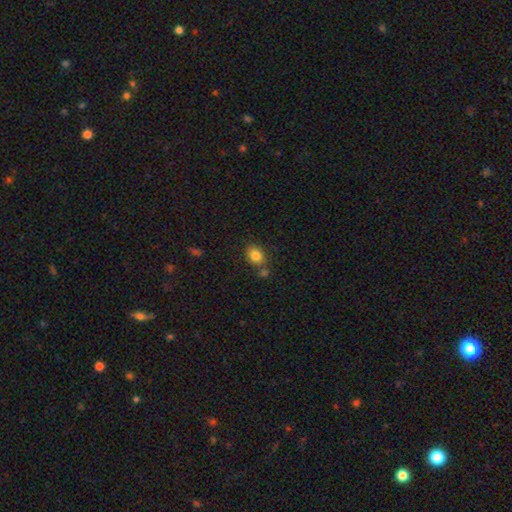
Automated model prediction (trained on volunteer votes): smooth-or-featured: smooth: 83% | star or artifact: 10% | featured or disk: 7%
  how-rounded: in between: 58% | round: 41% | cigar-shaped: 1%
  merging: none: 67% | merger: 16% | minor disturbance: 14% | major disturbance: 4%